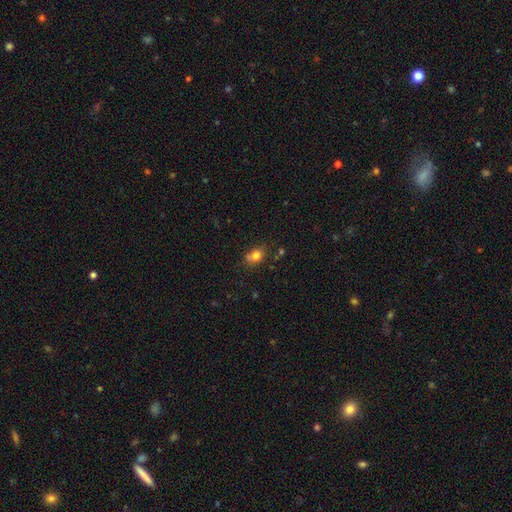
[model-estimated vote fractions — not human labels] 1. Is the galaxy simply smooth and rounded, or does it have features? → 77% smooth, 12% star or artifact, 11% featured or disk.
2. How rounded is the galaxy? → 54% in between, 44% round, 2% cigar-shaped.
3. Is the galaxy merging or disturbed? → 57% none, 19% merger, 19% minor disturbance, 5% major disturbance.